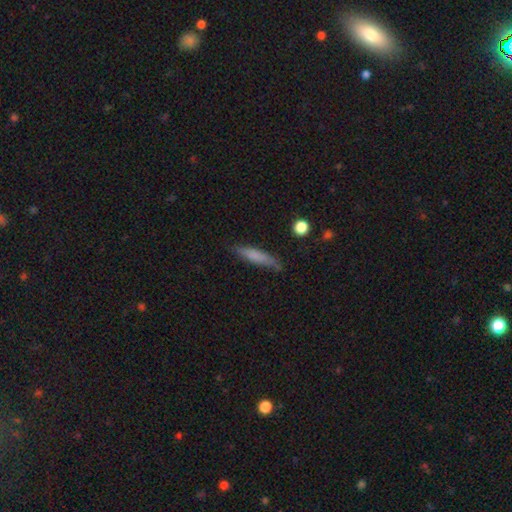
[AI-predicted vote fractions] smooth-or-featured: smooth: 70% | featured or disk: 23% | star or artifact: 7%
  how-rounded: cigar-shaped: 86% | in between: 12% | round: 2%
  merging: none: 76% | minor disturbance: 19% | major disturbance: 4% | merger: 2%